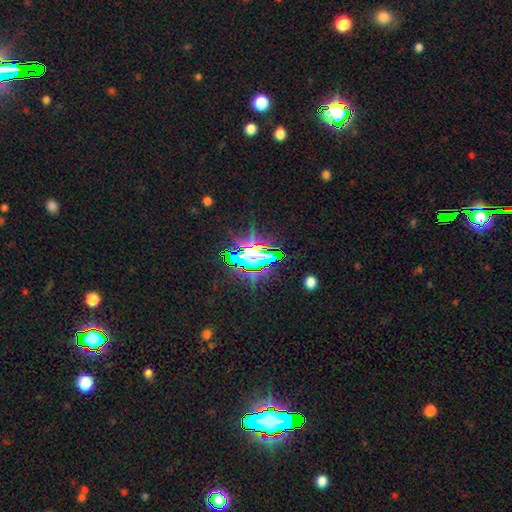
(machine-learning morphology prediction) Overall: star or artifact (68%).